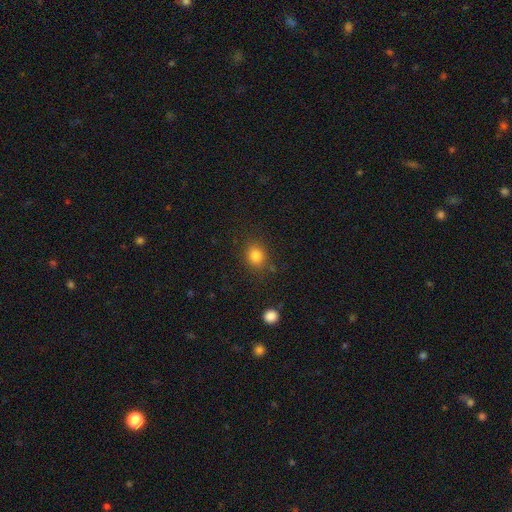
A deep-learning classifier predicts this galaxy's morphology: smooth 83%, star or artifact 12%, featured or disk 5%. Down the decision tree: how rounded — round (73%); merging — none (82%).